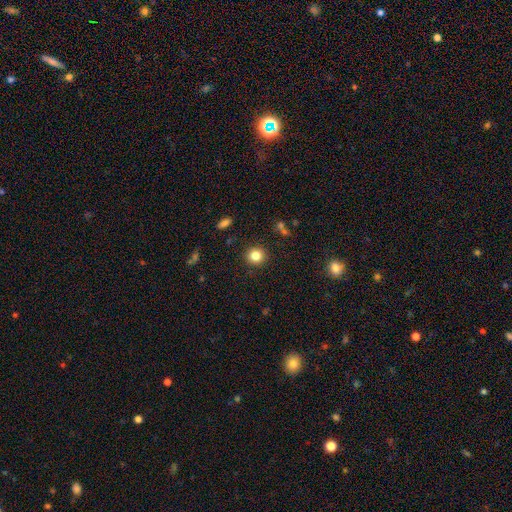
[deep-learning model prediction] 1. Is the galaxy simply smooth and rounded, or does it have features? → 83% smooth, 11% star or artifact, 6% featured or disk.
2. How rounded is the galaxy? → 91% round, 8% in between, 1% cigar-shaped.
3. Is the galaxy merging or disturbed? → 90% none, 6% minor disturbance, 2% major disturbance, 2% merger.